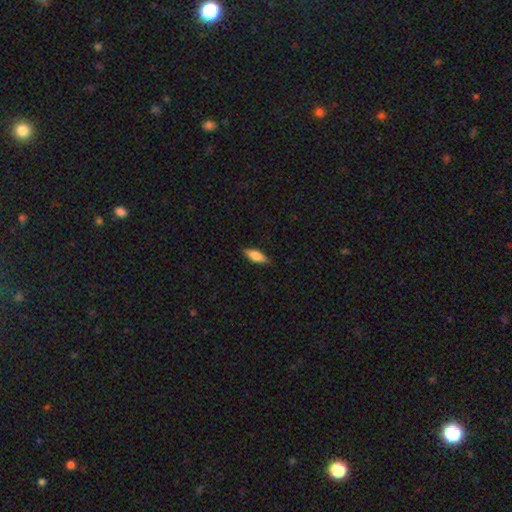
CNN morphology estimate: Smooth or featured? smooth (63%)
How rounded? in between (58%)
Merging? none (85%)